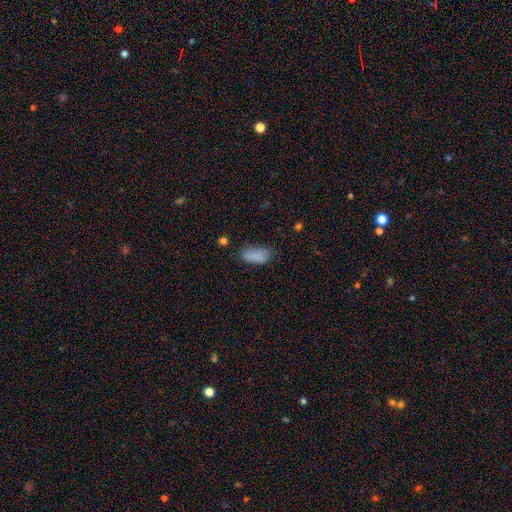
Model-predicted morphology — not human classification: Q: Smooth or featured?
A: smooth (85%); runner-up: star or artifact (10%)
Q: How rounded?
A: in between (91%); runner-up: cigar-shaped (5%)
Q: Merging?
A: none (68%); runner-up: minor disturbance (23%)